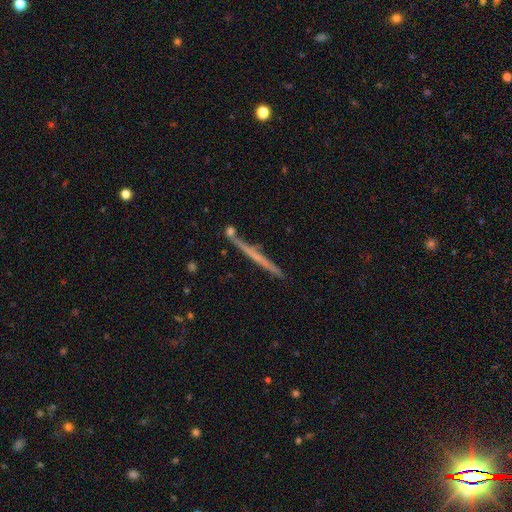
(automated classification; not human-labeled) Q: Smooth or featured?
A: featured or disk (58%); runner-up: smooth (36%)
Q: Edge-on disk?
A: yes (97%); runner-up: no (3%)
Q: Edge-on bulge?
A: none (84%); runner-up: rounded (11%)
Q: Merging?
A: none (83%); runner-up: minor disturbance (10%)